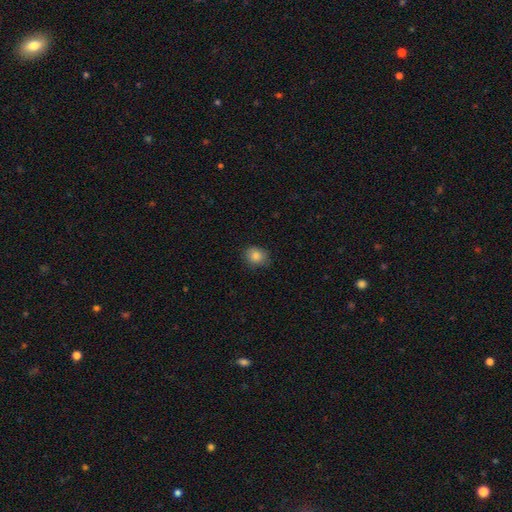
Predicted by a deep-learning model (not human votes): This appears to be a smooth galaxy with no disk features (84%) that is round (66%). Merging: none (81%).